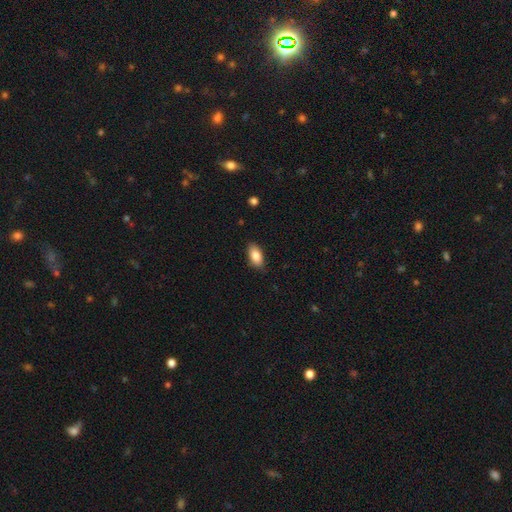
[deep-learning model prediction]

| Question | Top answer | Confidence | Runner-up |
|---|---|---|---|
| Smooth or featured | smooth | 86% | featured or disk (7%) |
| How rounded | in between | 91% | cigar-shaped (6%) |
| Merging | none | 85% | minor disturbance (12%) |